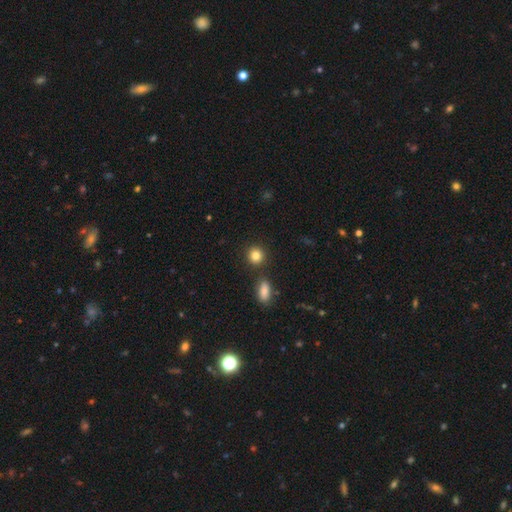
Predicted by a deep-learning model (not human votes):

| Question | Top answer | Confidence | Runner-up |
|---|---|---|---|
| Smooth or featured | smooth | 84% | star or artifact (10%) |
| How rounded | round | 86% | in between (13%) |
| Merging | none | 83% | minor disturbance (8%) |